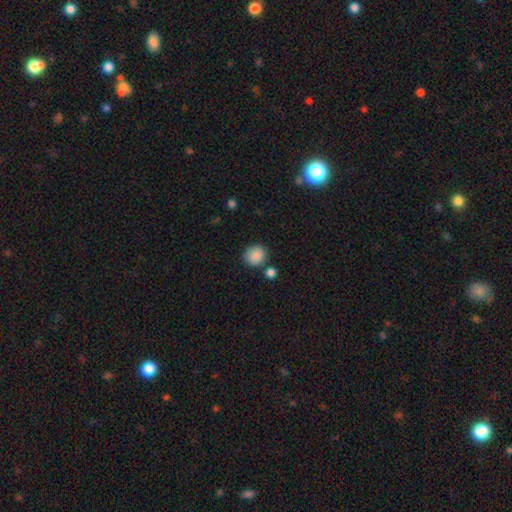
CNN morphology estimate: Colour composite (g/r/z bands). It shows a smooth galaxy with no disk features (88%) that is round (81%). Merging: none (76%).